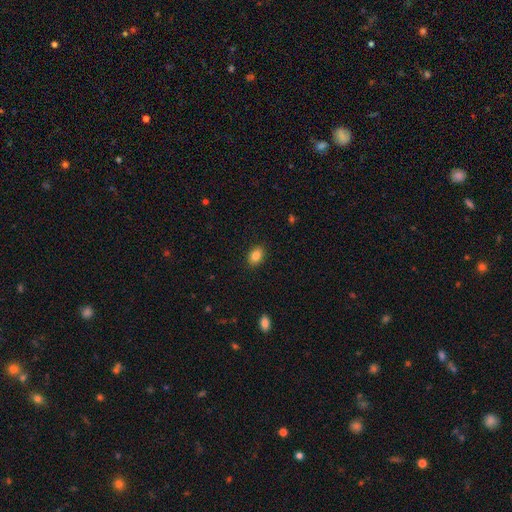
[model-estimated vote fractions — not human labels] smooth_or_featured: smooth (p=0.86) [alt: star or artifact p=0.09]
how_rounded: in between (p=0.77) [alt: round p=0.22]
merging: none (p=0.89) [alt: minor disturbance p=0.08]